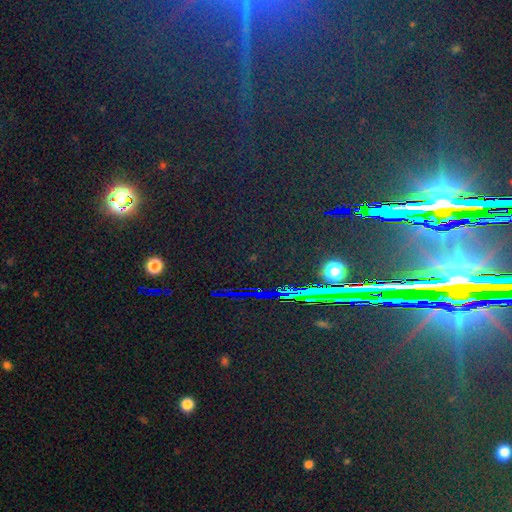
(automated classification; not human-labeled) smooth-or-featured: star or artifact: 85% | featured or disk: 8% | smooth: 7%